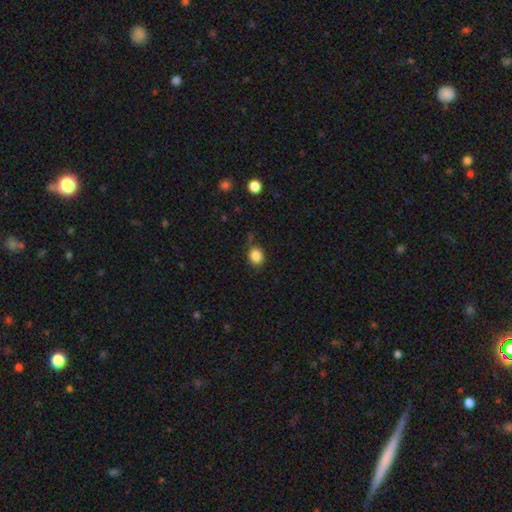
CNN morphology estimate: Smooth or featured: smooth — 85% (star or artifact — 10%)
How rounded: round — 64% (in between — 35%)
Merging: none — 77% (minor disturbance — 16%)